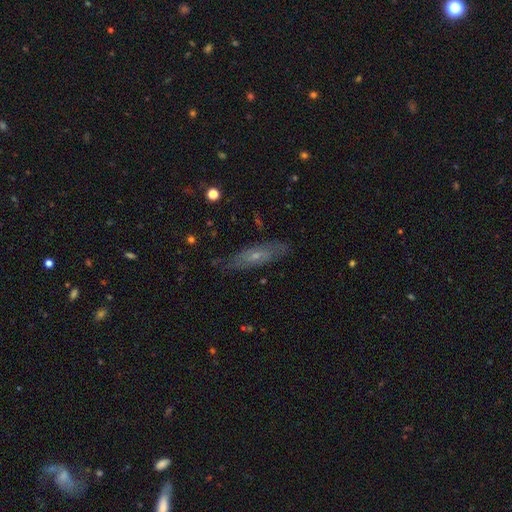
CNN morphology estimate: type=featured or disk (51%); edge-on=no (60%); merging=none (77%).